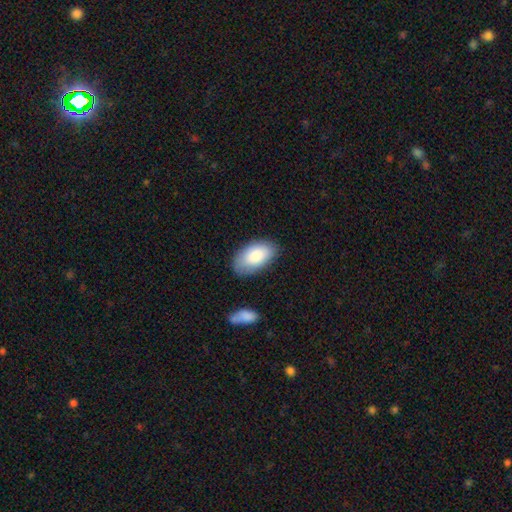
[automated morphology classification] This is clearly a smooth galaxy (83%). How rounded: clearly in between (95%). Merging: likely none (80%).